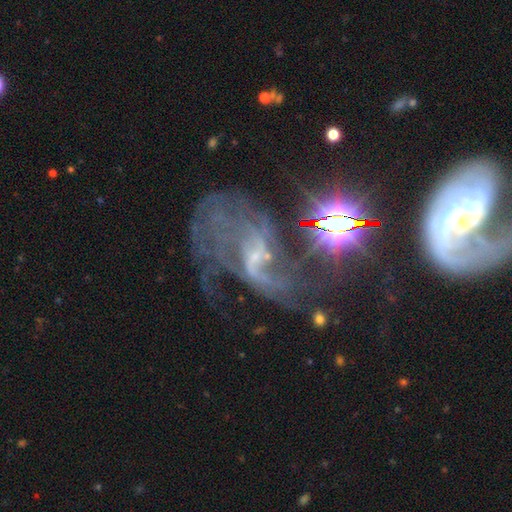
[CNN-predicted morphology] Overall: featured or disk (75%). Edge-on disk: no (96%). Bar: no (40%; weak 39%). Spiral arms: yes (84%). Spiral arm count: 2 (48%; can't tell 21%). Spiral winding: loose (65%; medium 27%). Bulge size: small (61%; none 23%). Merging: major disturbance (45%; none 29%).